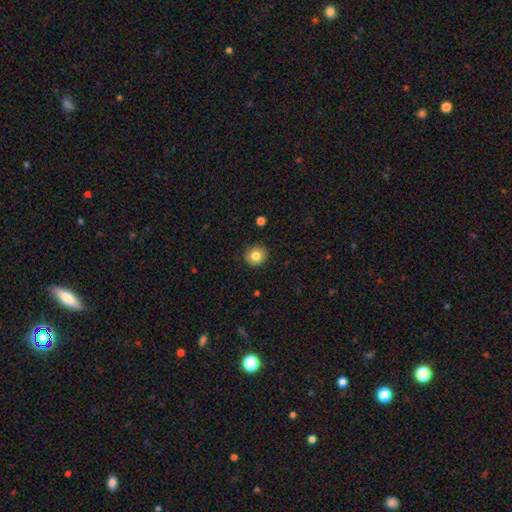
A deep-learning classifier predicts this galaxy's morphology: A smooth galaxy with no disk features (82%) that is round (91%). Merging: none (91%).